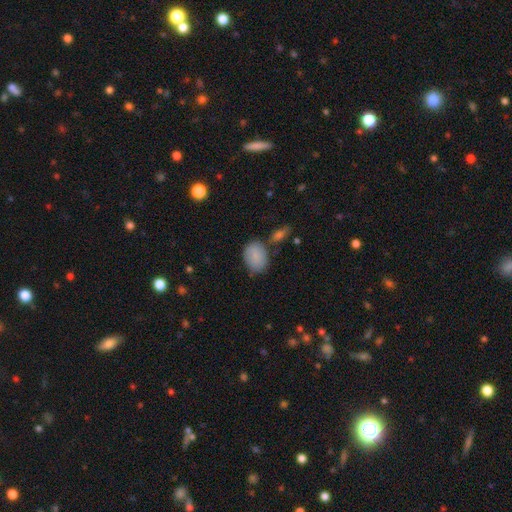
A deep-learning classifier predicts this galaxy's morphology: This is clearly a smooth galaxy (84%). How rounded: likely in between (77%). Merging: likely none (66%).